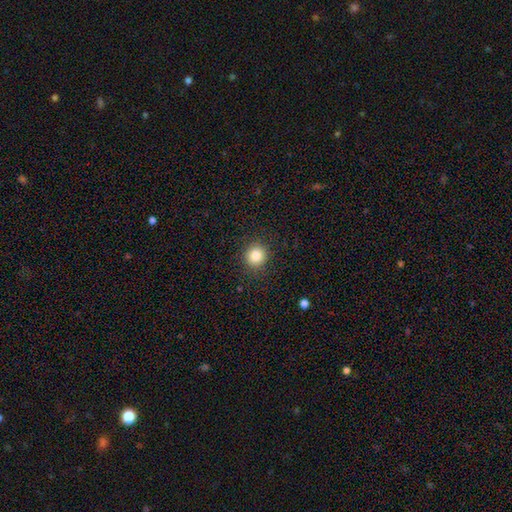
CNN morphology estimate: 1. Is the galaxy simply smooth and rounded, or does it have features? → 84% smooth, 11% star or artifact, 6% featured or disk.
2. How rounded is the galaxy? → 92% round, 7% in between, 1% cigar-shaped.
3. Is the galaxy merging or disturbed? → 91% none, 6% minor disturbance, 2% major disturbance, 1% merger.